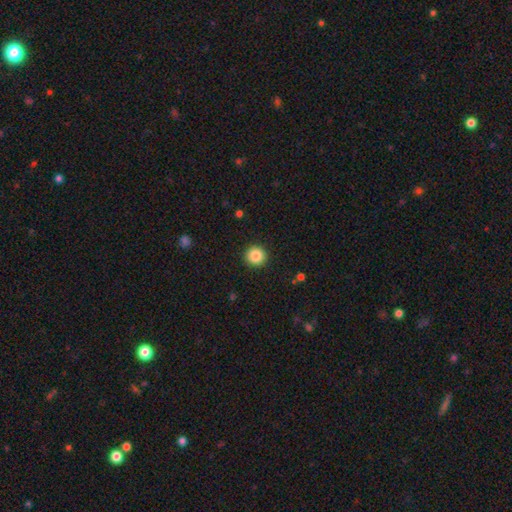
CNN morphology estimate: Smooth or featured: smooth — 87% (star or artifact — 9%)
How rounded: round — 95% (in between — 4%)
Merging: none — 92% (minor disturbance — 5%)